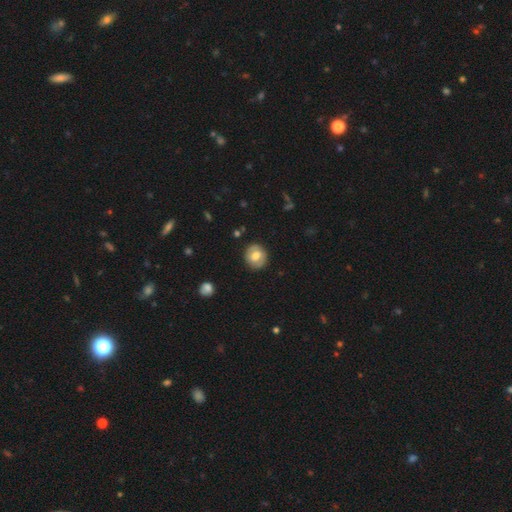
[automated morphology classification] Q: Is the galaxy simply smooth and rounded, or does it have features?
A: smooth — 63%.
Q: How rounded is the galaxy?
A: round — 78%.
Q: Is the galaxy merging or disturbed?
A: none — 86%.